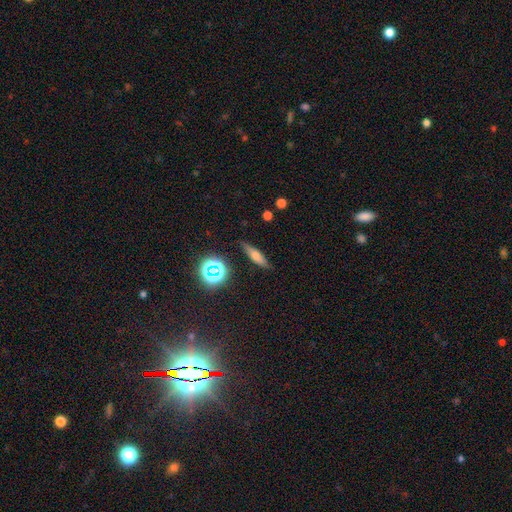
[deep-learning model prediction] smooth 54%, featured or disk 31%, star or artifact 15%. Down the decision tree: how rounded — cigar-shaped (71%); merging — none (85%).